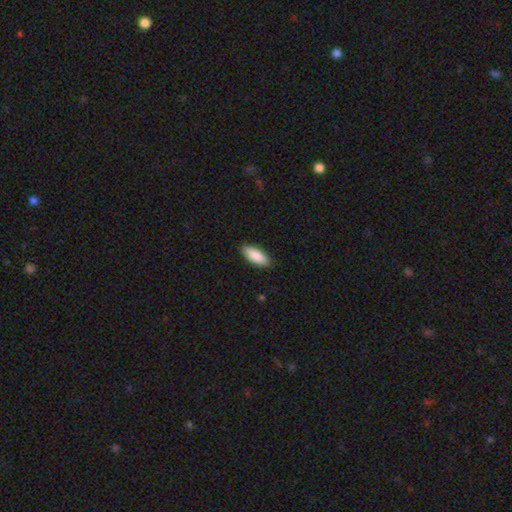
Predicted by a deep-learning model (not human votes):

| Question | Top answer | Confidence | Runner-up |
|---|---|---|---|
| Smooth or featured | smooth | 89% | featured or disk (5%) |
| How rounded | in between | 78% | cigar-shaped (21%) |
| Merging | none | 89% | minor disturbance (8%) |